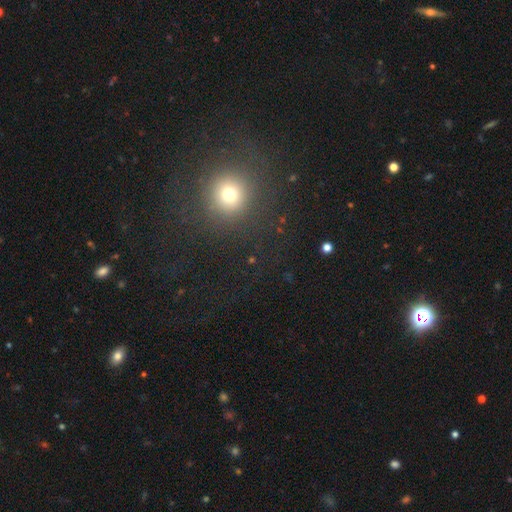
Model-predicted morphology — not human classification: The model was most divided on "smooth or featured": smooth: 60%, star or artifact: 31%, featured or disk: 9%. More confident: how rounded — round (91%); merging — none (86%).